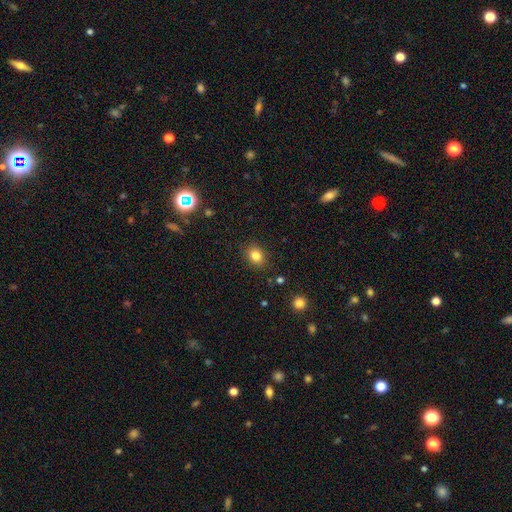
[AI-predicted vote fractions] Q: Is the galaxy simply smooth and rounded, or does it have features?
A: smooth — 83%.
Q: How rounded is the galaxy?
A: in between — 53%.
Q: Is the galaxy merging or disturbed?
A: none — 86%.